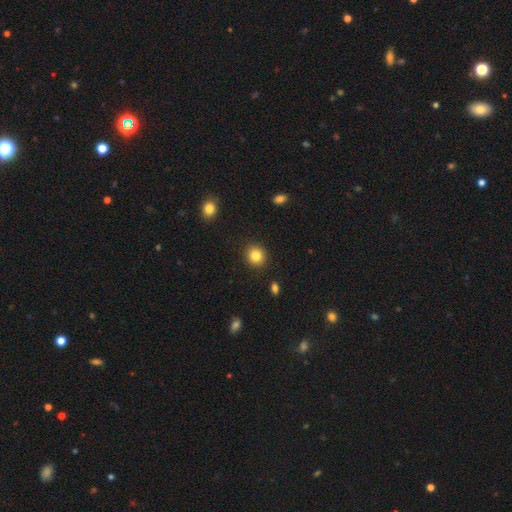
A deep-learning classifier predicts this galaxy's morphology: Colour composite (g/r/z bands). It shows a smooth galaxy with no disk features (84%) that is round (84%). Merging: none (91%).